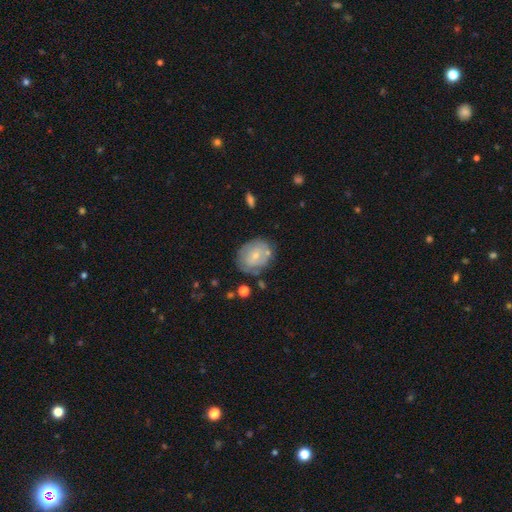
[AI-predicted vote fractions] Smooth or featured? Predicted: featured or disk (p=0.50). Merging? Predicted: none (p=0.64).